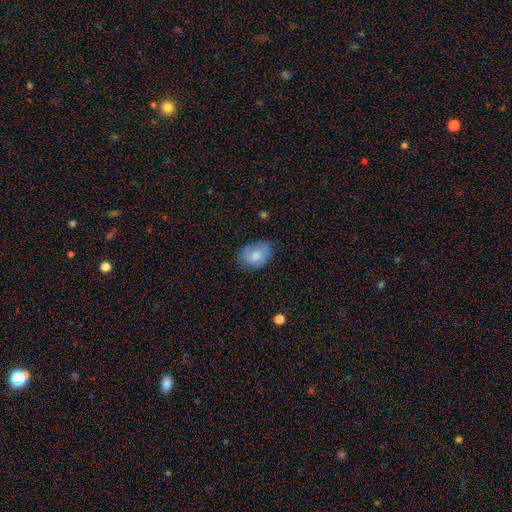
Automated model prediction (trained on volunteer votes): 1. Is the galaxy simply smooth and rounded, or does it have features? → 72% smooth, 21% featured or disk, 8% star or artifact.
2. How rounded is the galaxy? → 79% in between, 20% round, 1% cigar-shaped.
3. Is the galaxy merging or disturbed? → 61% none, 29% minor disturbance, 8% major disturbance, 2% merger.